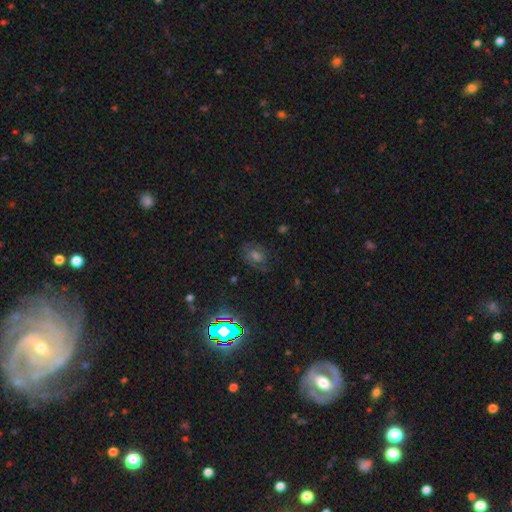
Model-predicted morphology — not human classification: Smooth or featured? star or artifact (39%)